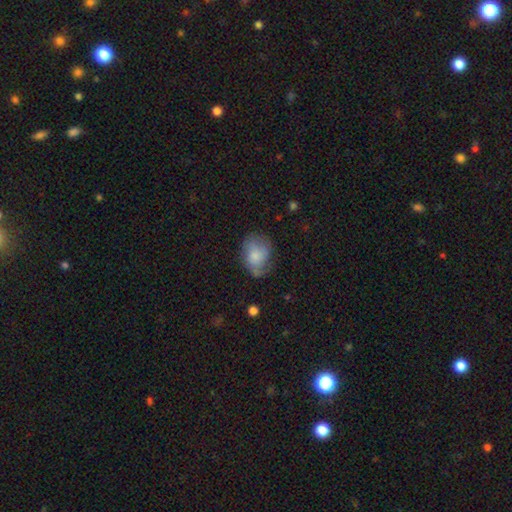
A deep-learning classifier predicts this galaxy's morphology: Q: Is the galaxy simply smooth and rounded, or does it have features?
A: smooth — 62%.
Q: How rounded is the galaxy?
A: in between — 63%.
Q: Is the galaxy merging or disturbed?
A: none — 49%.